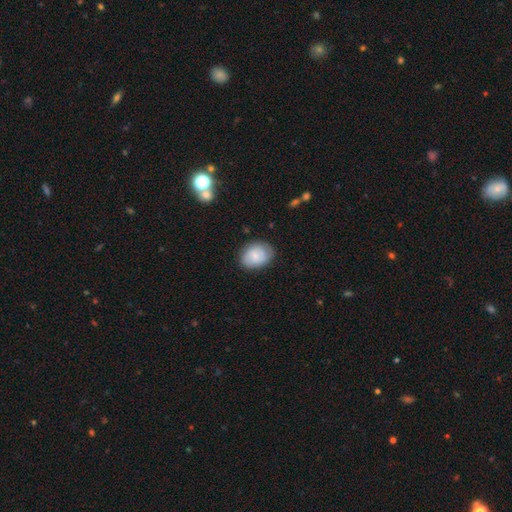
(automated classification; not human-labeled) The model was most divided on "how rounded": in between: 61%, round: 38%, cigar-shaped: 1%. More confident: merging — none (80%); smooth or featured — smooth (72%).